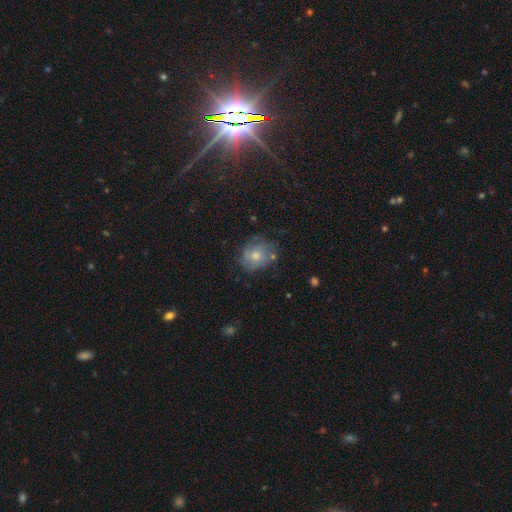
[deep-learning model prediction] The model was most divided on "smooth or featured": smooth: 47%, featured or disk: 44%, star or artifact: 10%. More confident: merging — none (63%).